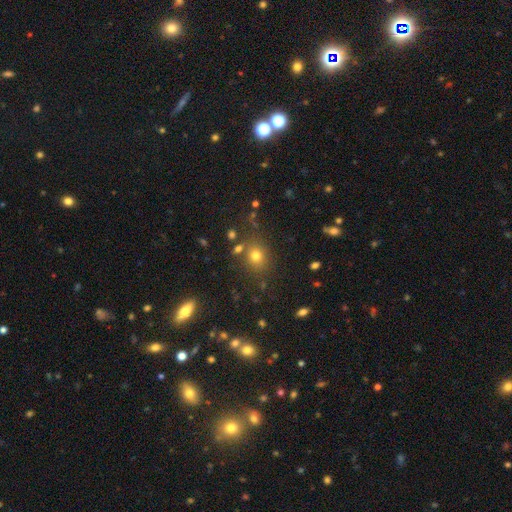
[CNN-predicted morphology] Smooth or featured? smooth (74%)
How rounded? round (68%)
Merging? none (77%)